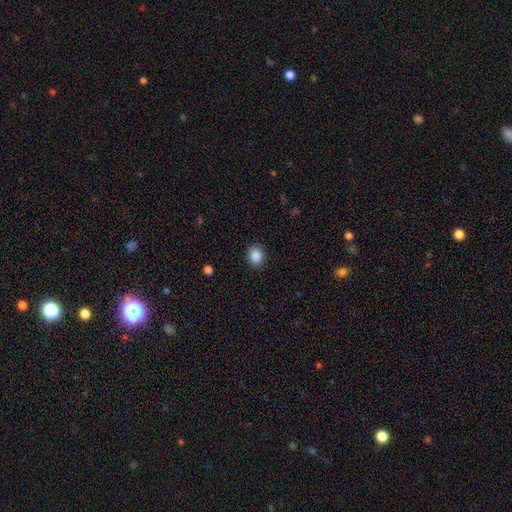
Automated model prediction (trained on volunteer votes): Overall: smooth (88%). How rounded: round (69%; in between 30%). Merging: none (89%).